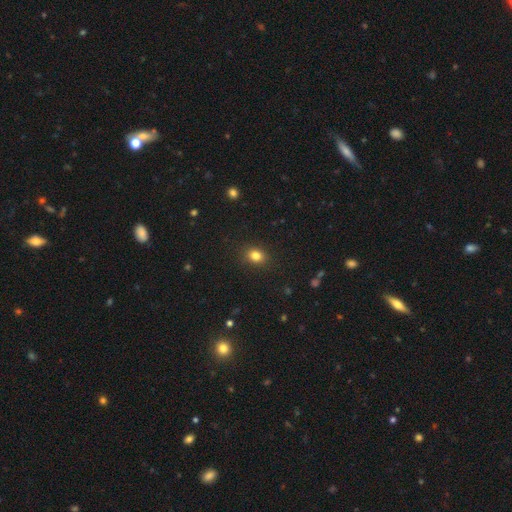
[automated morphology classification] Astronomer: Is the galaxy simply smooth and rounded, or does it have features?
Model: smooth — 83%.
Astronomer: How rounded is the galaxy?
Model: in between — 53% (runner-up: round, 46%).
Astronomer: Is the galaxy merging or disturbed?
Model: none — 88%.